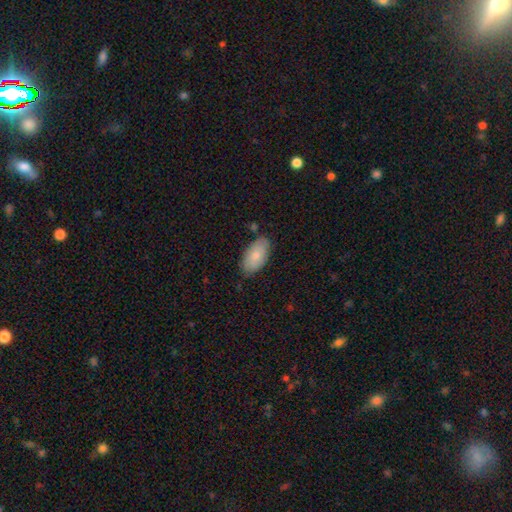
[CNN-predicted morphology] smooth 79%, featured or disk 15%, star or artifact 6%. Down the decision tree: how rounded — in between (95%); merging — none (78%).